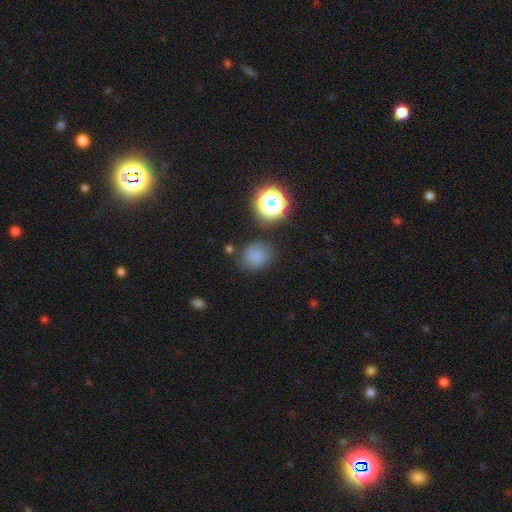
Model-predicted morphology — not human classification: smooth 76%, star or artifact 17%, featured or disk 8%. Down the decision tree: how rounded — round (73%); merging — none (75%).